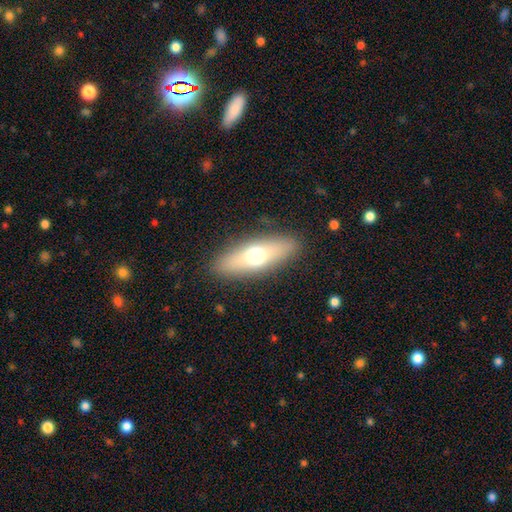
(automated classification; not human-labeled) A smooth galaxy with no disk features (61%) that is in between round and cigar-shaped (58%). Merging: none (87%).